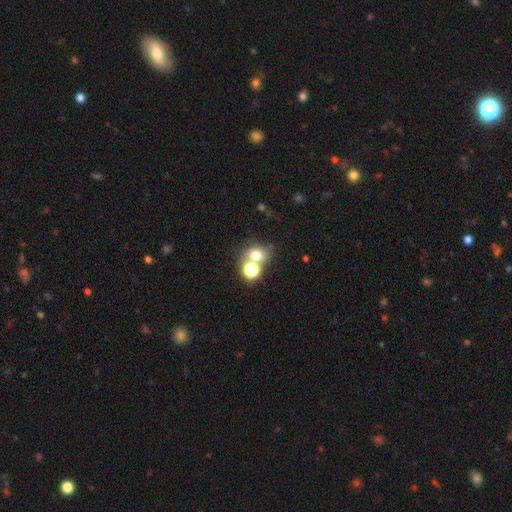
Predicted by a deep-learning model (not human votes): This is likely a smooth galaxy (68%). How rounded: likely round (67%). Merging: possibly none (51%).